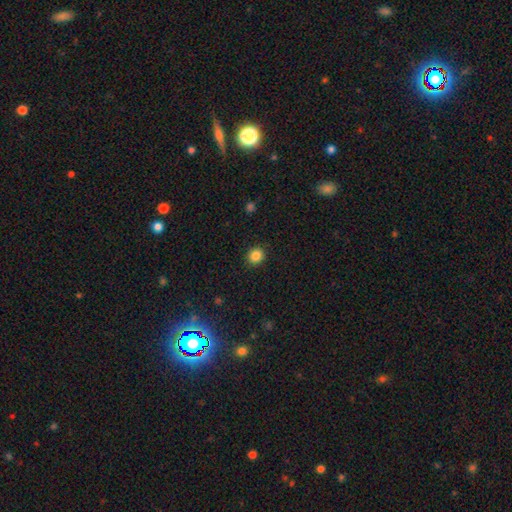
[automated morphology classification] smooth-or-featured: smooth: 85% | star or artifact: 11% | featured or disk: 4%
  how-rounded: round: 86% | in between: 13% | cigar-shaped: 1%
  merging: none: 91% | minor disturbance: 6% | major disturbance: 2% | merger: 1%